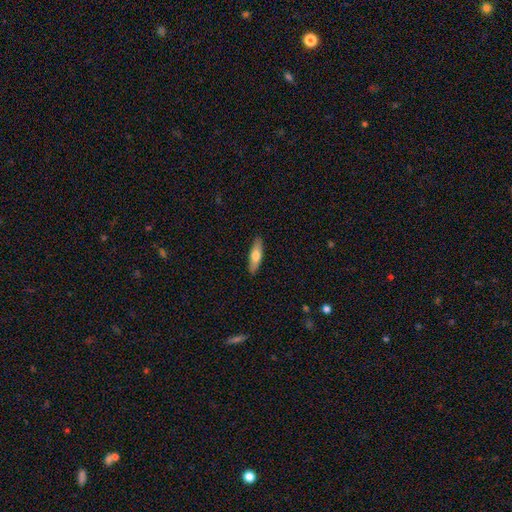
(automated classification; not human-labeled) This is likely a smooth galaxy (67%). How rounded: possibly cigar-shaped (57%). Merging: clearly none (89%).